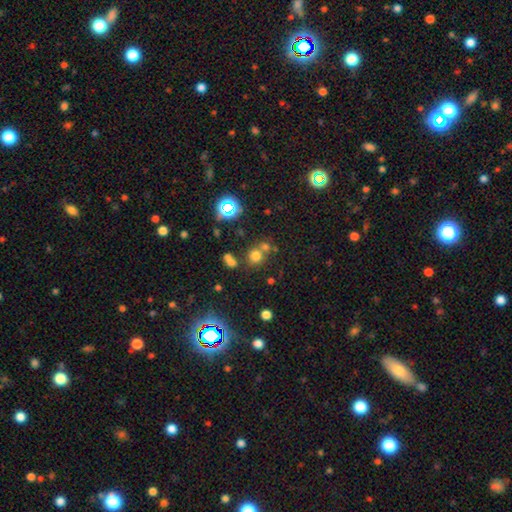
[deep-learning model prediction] Smooth or featured?
  - smooth: 64% *
  - star or artifact: 27%
  - featured or disk: 9%
How rounded?
  - round: 84% *
  - in between: 15%
  - cigar-shaped: 1%
Merging?
  - none: 59% *
  - merger: 27%
  - minor disturbance: 9%
  - major disturbance: 4%